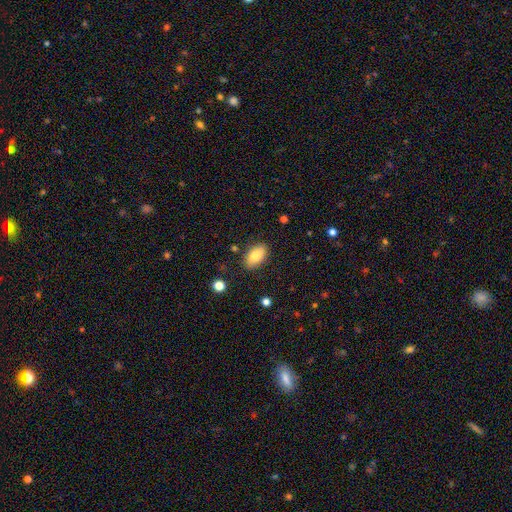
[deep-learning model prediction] Morphology: type=smooth (83%); roundness=in between (93%); merging=none (84%).